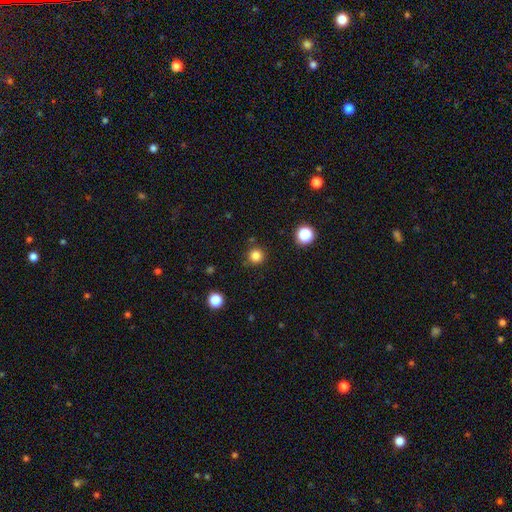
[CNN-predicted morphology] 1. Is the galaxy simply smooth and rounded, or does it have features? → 83% smooth, 13% star or artifact, 4% featured or disk.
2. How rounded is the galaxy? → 95% round, 4% in between, 1% cigar-shaped.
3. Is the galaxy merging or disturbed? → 89% none, 7% minor disturbance, 2% merger, 2% major disturbance.